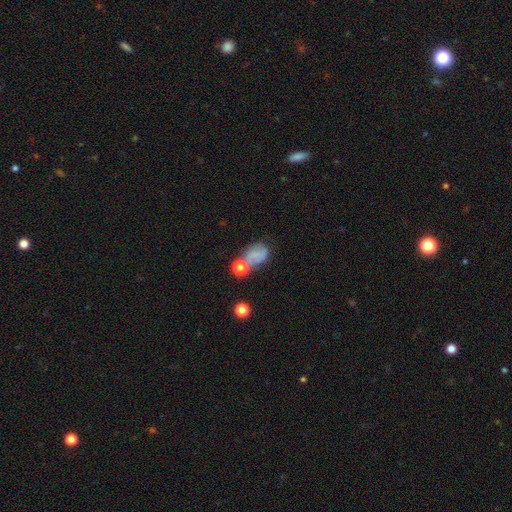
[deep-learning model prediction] Morphology: type=smooth (57%); roundness=in between (69%); merging=none (35%).